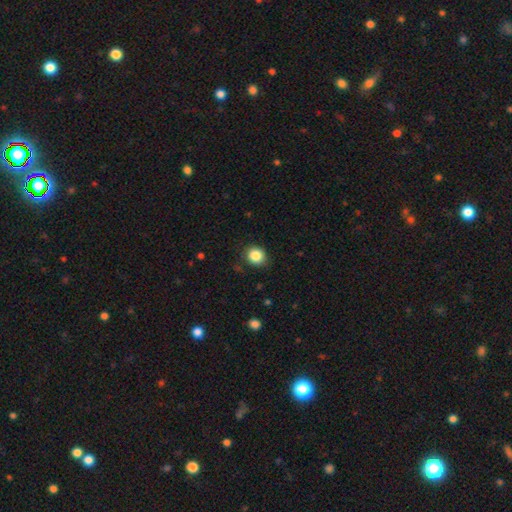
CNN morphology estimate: Overall: smooth (86%). How rounded: round (79%). Merging: none (86%).